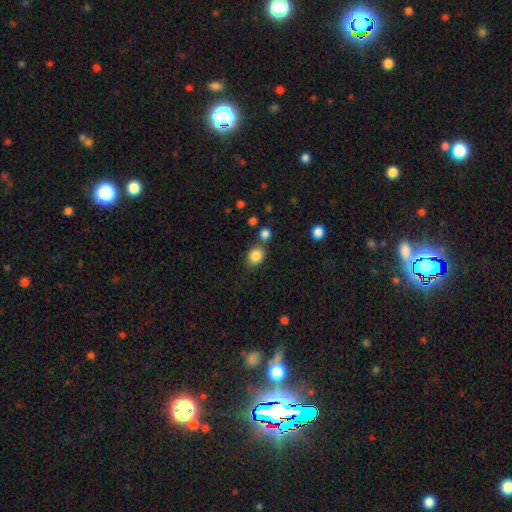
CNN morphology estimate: A smooth galaxy with no disk features (86%) that is round (63%).

Vote fractions:
- Smooth or featured? smooth: 86% / star or artifact: 10% / featured or disk: 5%
- How rounded? round: 63% / in between: 36% / cigar-shaped: 1%
- Merging? none: 67% / merger: 16% / minor disturbance: 13% / major disturbance: 4%